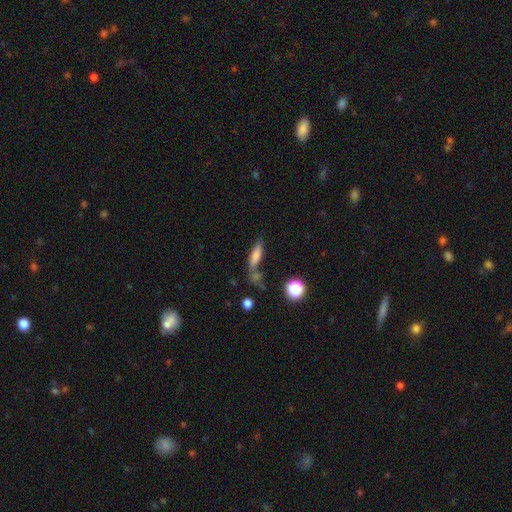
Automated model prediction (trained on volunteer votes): Smooth or featured?
  - smooth: 68% *
  - featured or disk: 21%
  - star or artifact: 11%
How rounded?
  - cigar-shaped: 63% *
  - in between: 32%
  - round: 5%
Merging?
  - none: 58% *
  - merger: 19%
  - minor disturbance: 17%
  - major disturbance: 7%